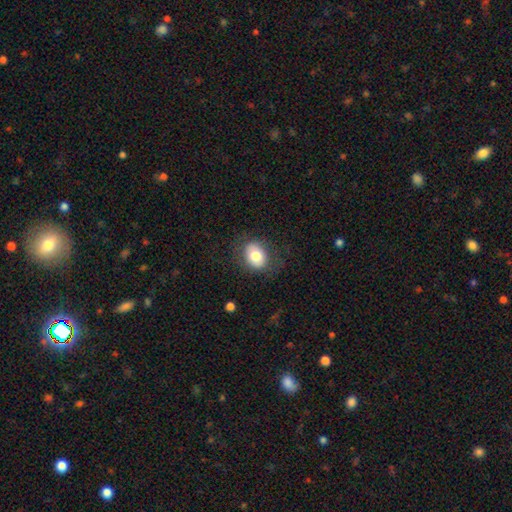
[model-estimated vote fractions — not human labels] Overall: smooth (76%). How rounded: in between (64%; round 35%). Merging: none (76%).